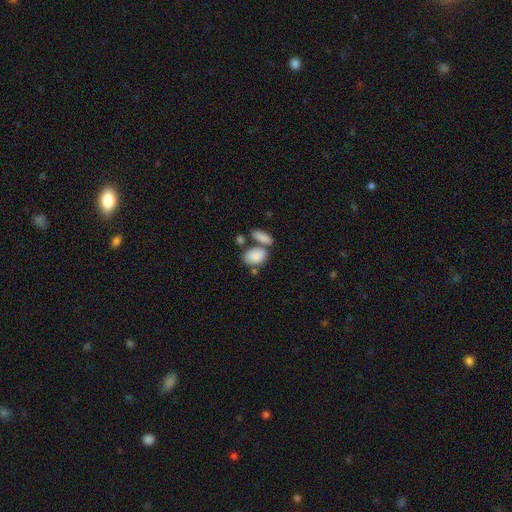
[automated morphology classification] type=smooth (86%); roundness=in between (89%); merging=none (45%).